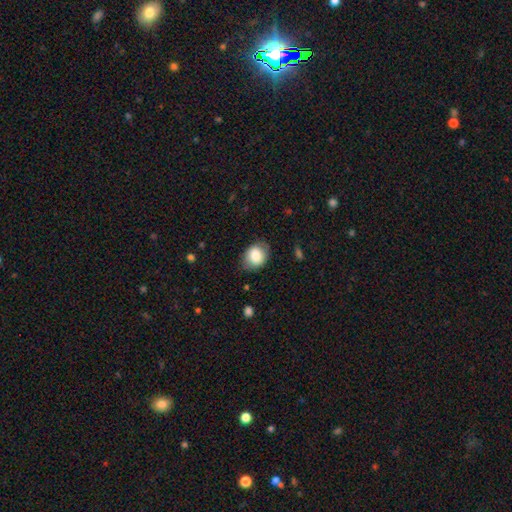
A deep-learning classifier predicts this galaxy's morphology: smooth 81%, featured or disk 11%, star or artifact 8%. Down the decision tree: how rounded — in between (59%); merging — none (77%).